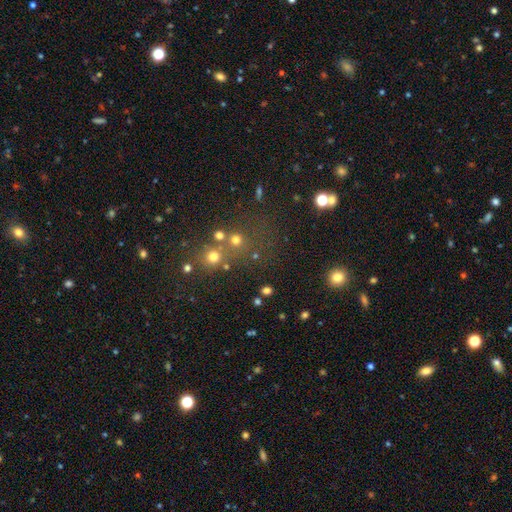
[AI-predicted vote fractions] A smooth galaxy with no disk features (52%) that is round (86%). Merging: none (64%).